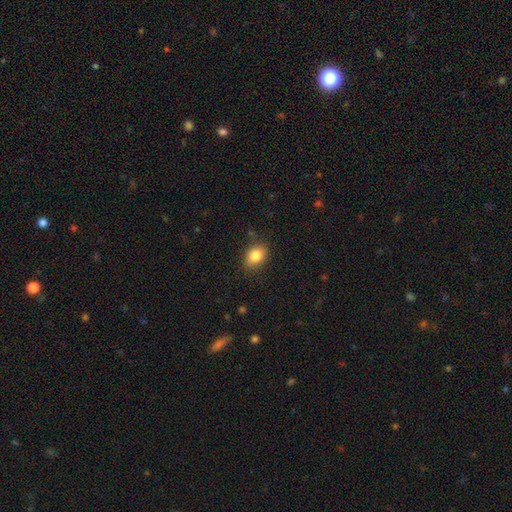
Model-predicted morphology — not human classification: Smooth or featured? smooth (83%)
How rounded? in between (70%)
Merging? none (83%)